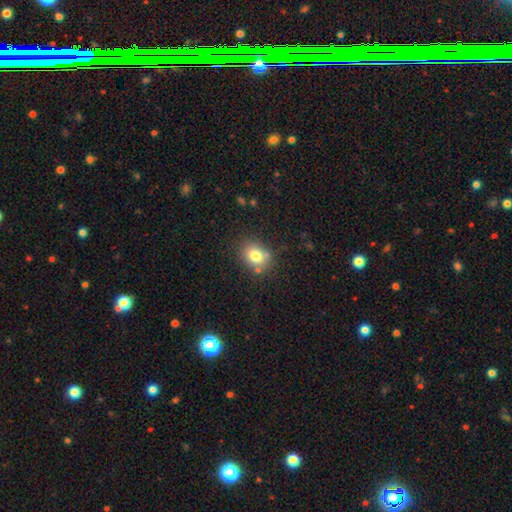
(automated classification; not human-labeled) Smooth or featured? smooth (78%)
How rounded? round (51%)
Merging? none (76%)